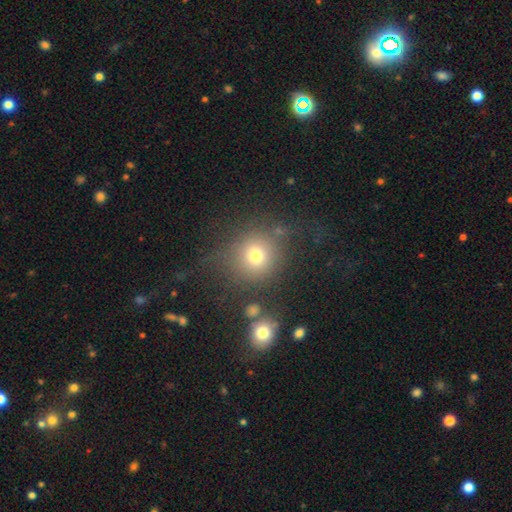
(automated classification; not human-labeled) smooth-or-featured: smooth: 72% | star or artifact: 17% | featured or disk: 11%
  how-rounded: round: 87% | in between: 12% | cigar-shaped: 1%
  merging: none: 71% | minor disturbance: 13% | major disturbance: 9% | merger: 7%